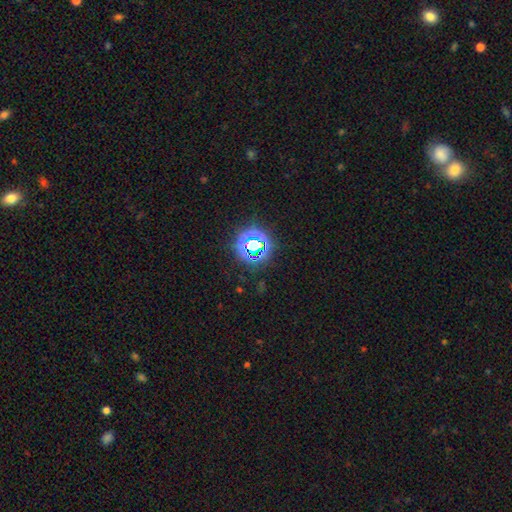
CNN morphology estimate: A star or artifact, not a galaxy (75%).

Vote fractions:
- Smooth or featured? star or artifact: 75% / smooth: 17% / featured or disk: 8%